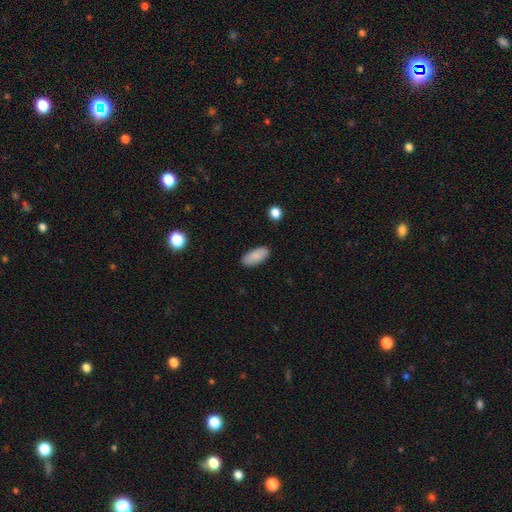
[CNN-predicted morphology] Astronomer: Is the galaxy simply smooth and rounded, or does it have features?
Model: smooth — 89%.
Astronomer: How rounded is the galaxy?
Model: in between — 90%.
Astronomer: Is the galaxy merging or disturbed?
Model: none — 87%.